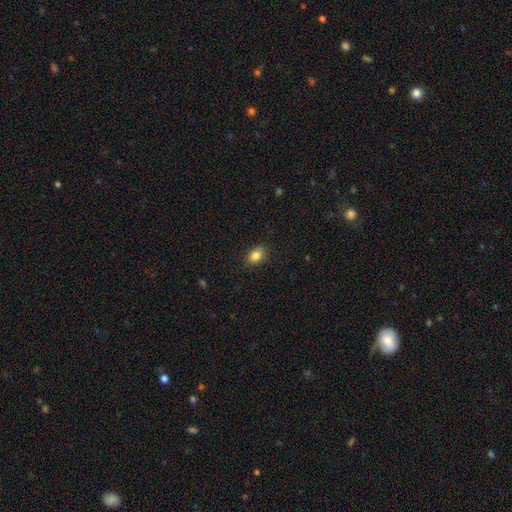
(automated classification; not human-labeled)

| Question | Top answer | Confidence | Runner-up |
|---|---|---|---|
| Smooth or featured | smooth | 83% | star or artifact (10%) |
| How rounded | in between | 64% | round (35%) |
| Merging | none | 85% | minor disturbance (11%) |